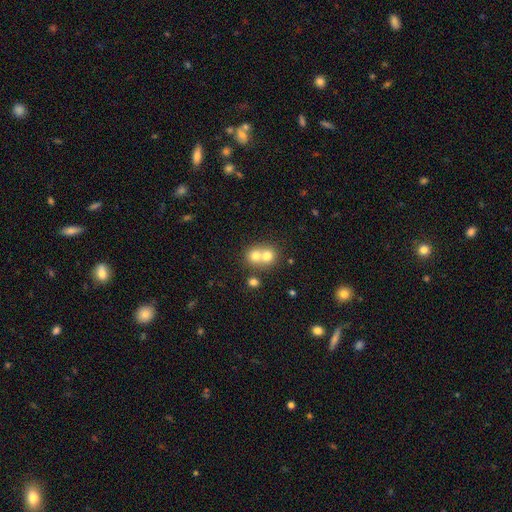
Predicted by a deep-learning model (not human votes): Smooth or featured?
  - smooth: 71% *
  - featured or disk: 18%
  - star or artifact: 11%
How rounded?
  - round: 79% *
  - in between: 20%
  - cigar-shaped: 1%
Merging?
  - merger: 64% *
  - none: 30%
  - minor disturbance: 4%
  - major disturbance: 2%